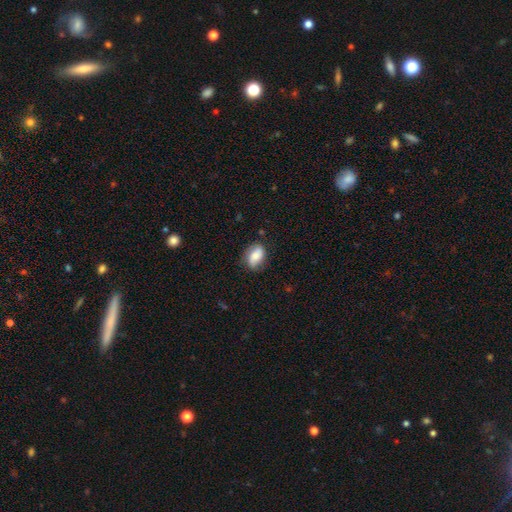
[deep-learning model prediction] A smooth galaxy with no disk features (72%) that is in between round and cigar-shaped (83%). Merging: none (72%).